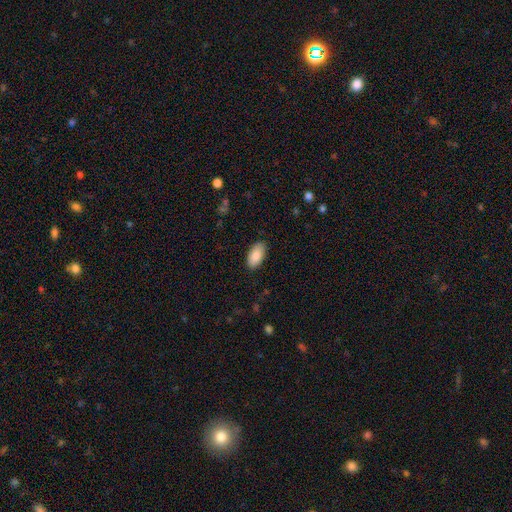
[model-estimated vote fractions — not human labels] Morphology: type=smooth (88%); roundness=in between (95%); merging=none (87%).